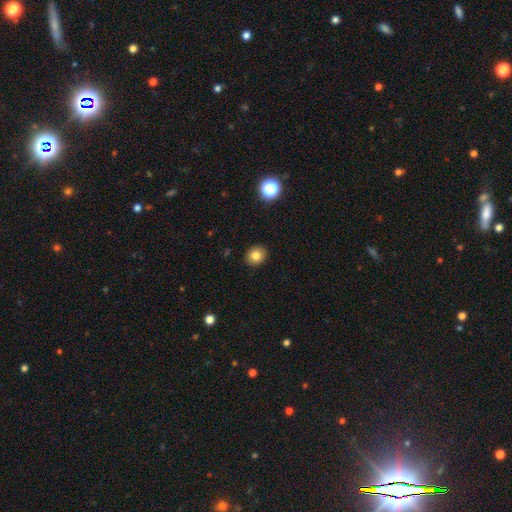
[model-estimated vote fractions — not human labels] This is clearly a smooth galaxy (81%). How rounded: likely round (69%). Merging: clearly none (91%).